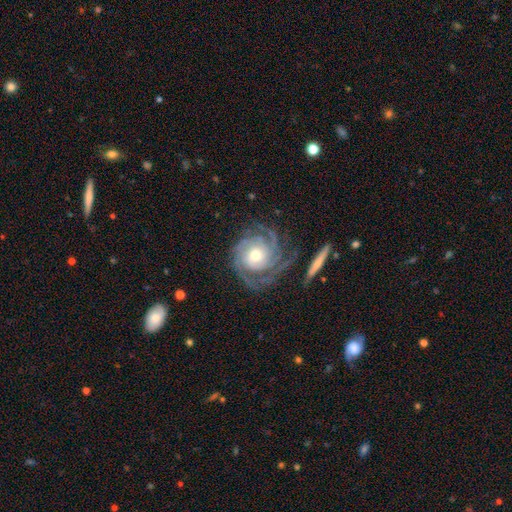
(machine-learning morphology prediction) Smooth or featured?
  - featured or disk: 90% *
  - smooth: 5%
  - star or artifact: 5%
Edge-on disk?
  - no: 97% *
  - yes: 3%
Bar?
  - no: 72% *
  - weak: 21%
  - strong: 7%
Spiral arms?
  - yes: 98% *
  - no: 2%
Spiral winding?
  - tight: 71% *
  - medium: 25%
  - loose: 5%
Spiral arm count?
  - 3: 37% *
  - 2: 20%
  - can't tell: 16%
  - 4: 14%
  - more than 4: 6%
  - 1: 6%
Bulge size?
  - moderate: 65% *
  - small: 26%
  - large: 7%
  - dominant: 1%
  - none: 1%
Merging?
  - none: 71% *
  - minor disturbance: 16%
  - major disturbance: 10%
  - merger: 3%